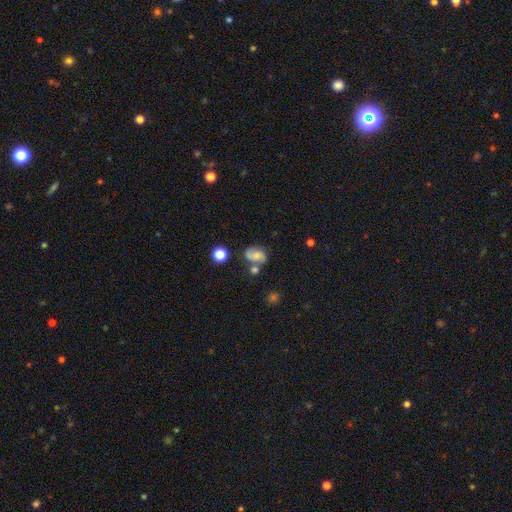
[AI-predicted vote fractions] This is possibly a featured or disk galaxy (59%). It is clearly not viewed edge-on (97%). Bar: possibly no (59%). Spiral arm pattern: clearly yes (91%). Spiral arm count: clearly 2 (89%). Spiral winding: possibly medium (48%). Central bulge: marginally moderate (35%). Merging: possibly none (55%).